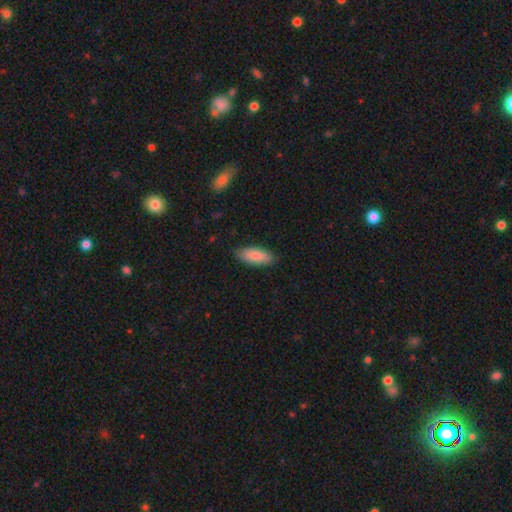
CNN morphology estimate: smooth 86%, featured or disk 9%, star or artifact 6%. Down the decision tree: how rounded — in between (79%); merging — none (84%).